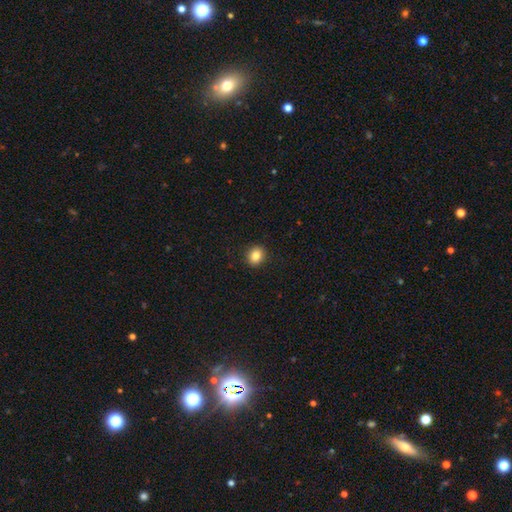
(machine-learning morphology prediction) The model was most divided on "how rounded": round: 72%, in between: 27%, cigar-shaped: 1%. More confident: merging — none (91%); smooth or featured — smooth (84%).